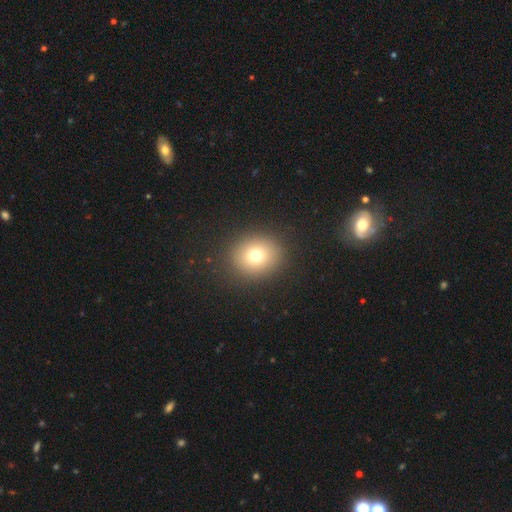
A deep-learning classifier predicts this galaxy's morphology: Smooth or featured? Predicted: smooth (p=0.74). How rounded? Predicted: round (p=0.81). Merging? Predicted: none (p=0.90).